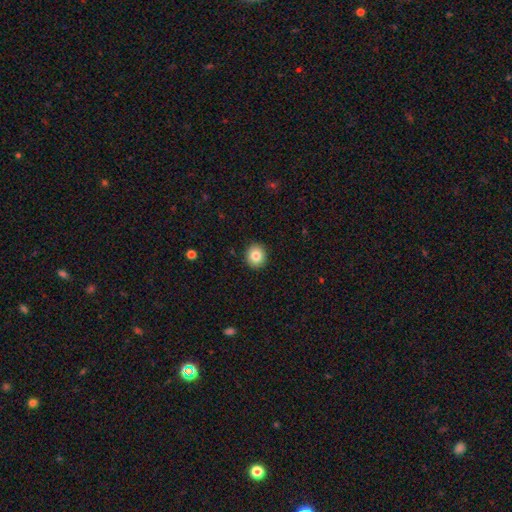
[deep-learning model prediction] A smooth galaxy with no disk features (83%) that is round (84%). Merging: none (92%).